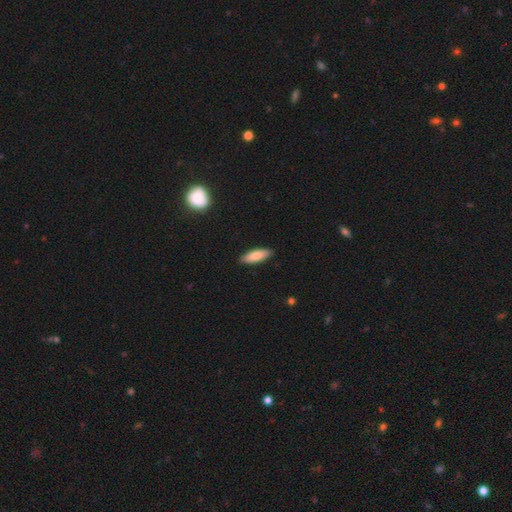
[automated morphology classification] A smooth galaxy with no disk features (81%) that is in between round and cigar-shaped (57%).

Vote fractions:
- Smooth or featured? smooth: 81% / featured or disk: 13% / star or artifact: 6%
- How rounded? in between: 57% / cigar-shaped: 41% / round: 2%
- Merging? none: 89% / minor disturbance: 9% / major disturbance: 2% / merger: 1%